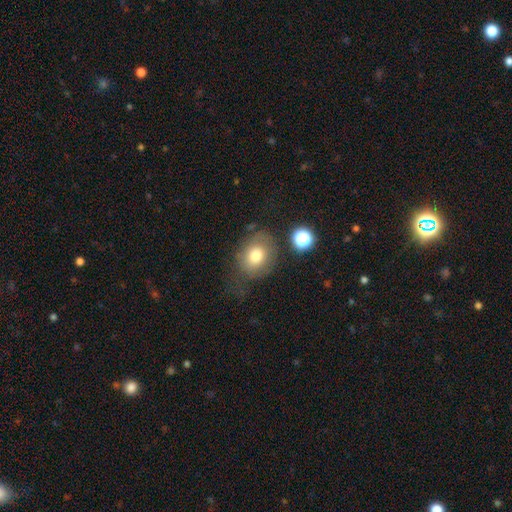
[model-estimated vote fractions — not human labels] Q: Smooth or featured?
A: smooth (75%); runner-up: featured or disk (14%)
Q: How rounded?
A: round (52%); runner-up: in between (47%)
Q: Merging?
A: none (59%); runner-up: minor disturbance (22%)